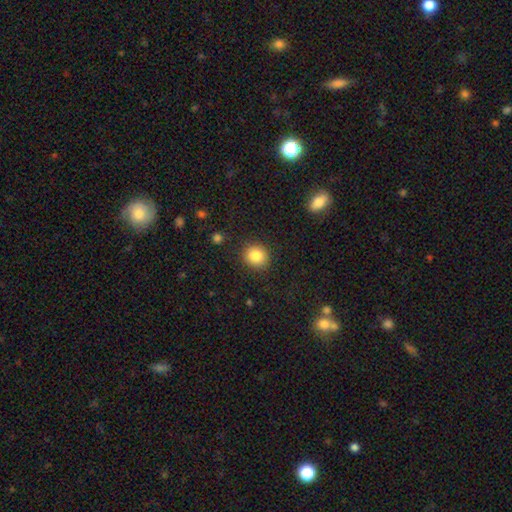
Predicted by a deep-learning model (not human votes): smooth_or_featured: smooth (p=0.85) [alt: star or artifact p=0.10]
how_rounded: round (p=0.84) [alt: in between p=0.15]
merging: none (p=0.89) [alt: minor disturbance p=0.07]